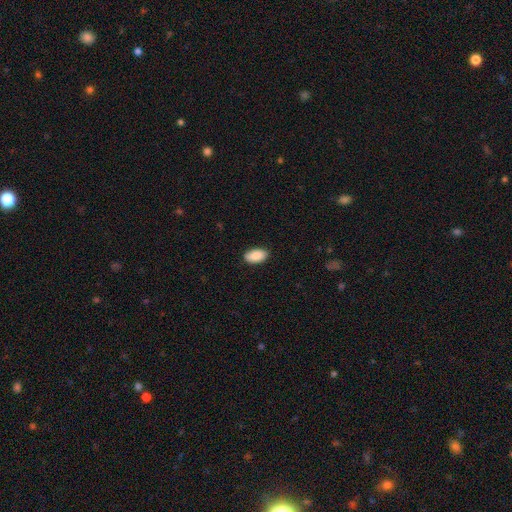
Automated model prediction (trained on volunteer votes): Overall: smooth (90%). How rounded: in between (95%). Merging: none (87%).